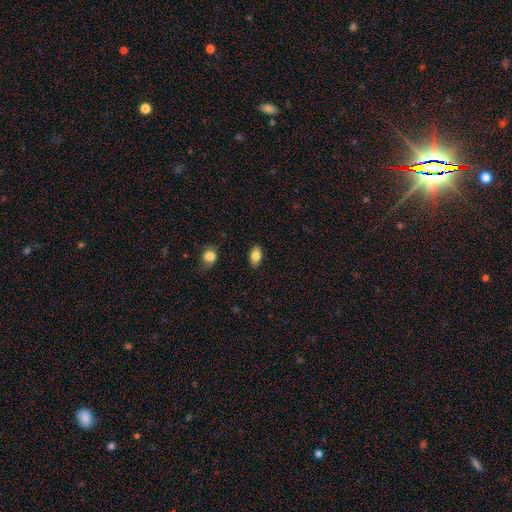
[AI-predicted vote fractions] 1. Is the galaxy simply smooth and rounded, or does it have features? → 82% smooth, 10% featured or disk, 8% star or artifact.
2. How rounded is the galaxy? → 91% in between, 6% round, 2% cigar-shaped.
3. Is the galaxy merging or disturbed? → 88% none, 9% minor disturbance, 2% major disturbance, 1% merger.